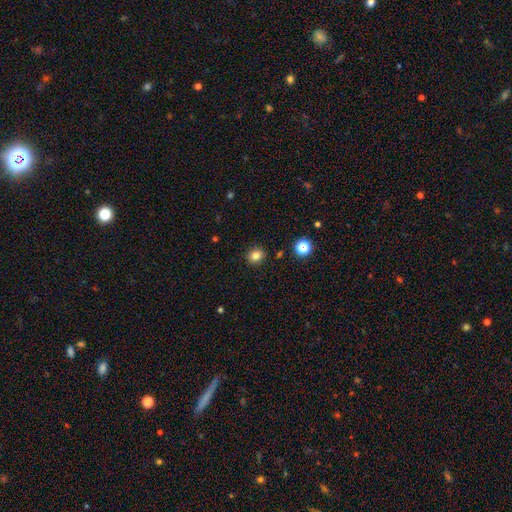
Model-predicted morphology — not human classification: Smooth or featured?
  - smooth: 82% *
  - star or artifact: 12%
  - featured or disk: 5%
How rounded?
  - round: 72% *
  - in between: 27%
  - cigar-shaped: 1%
Merging?
  - none: 89% *
  - minor disturbance: 7%
  - major disturbance: 2%
  - merger: 2%